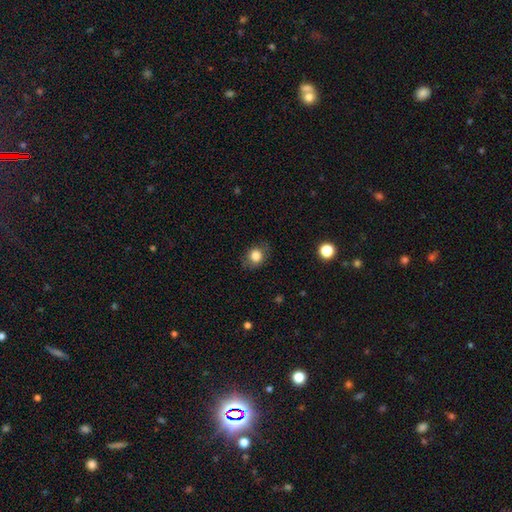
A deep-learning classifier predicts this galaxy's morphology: This appears to be a smooth galaxy with no disk features (82%) that is round (67%). Merging: none (77%).